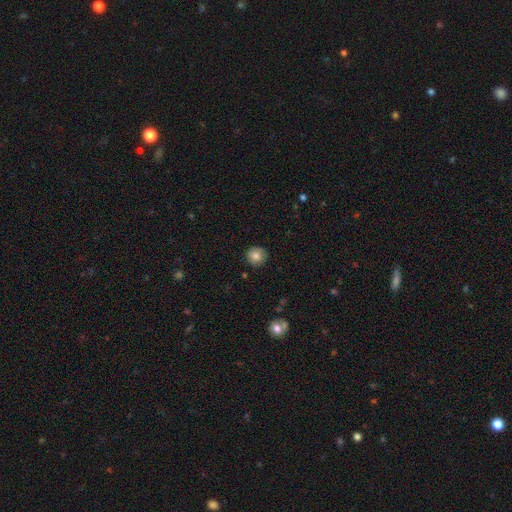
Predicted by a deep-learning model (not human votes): smooth_or_featured: smooth (p=0.80) [alt: featured or disk p=0.11]
how_rounded: round (p=0.92) [alt: in between p=0.07]
merging: none (p=0.87) [alt: minor disturbance p=0.10]